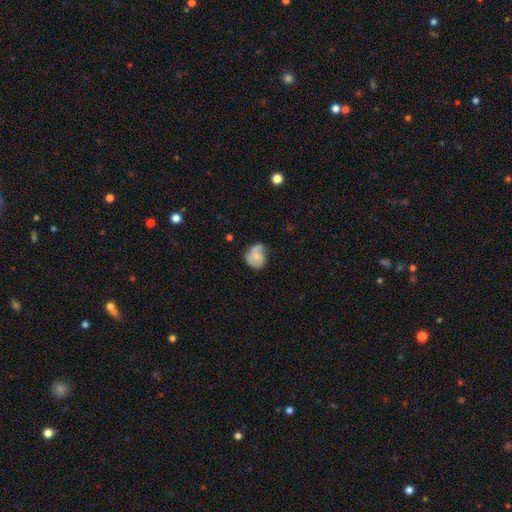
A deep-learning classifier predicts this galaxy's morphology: Smooth or featured? Predicted: smooth (p=0.49). Merging? Predicted: none (p=0.45).